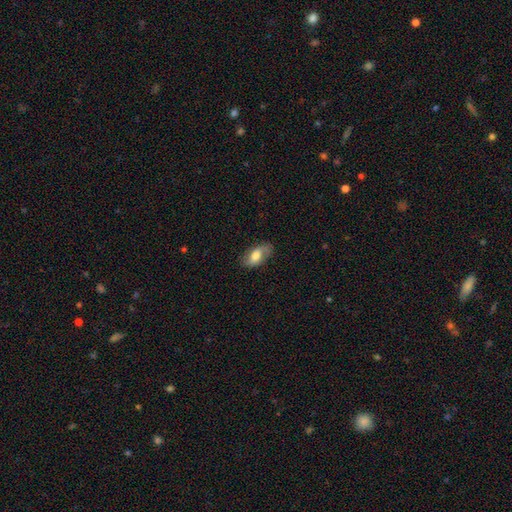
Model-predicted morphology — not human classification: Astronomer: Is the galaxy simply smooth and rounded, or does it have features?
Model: smooth — 62%.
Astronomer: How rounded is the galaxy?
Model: in between — 89%.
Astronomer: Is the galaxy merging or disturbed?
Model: none — 78%.